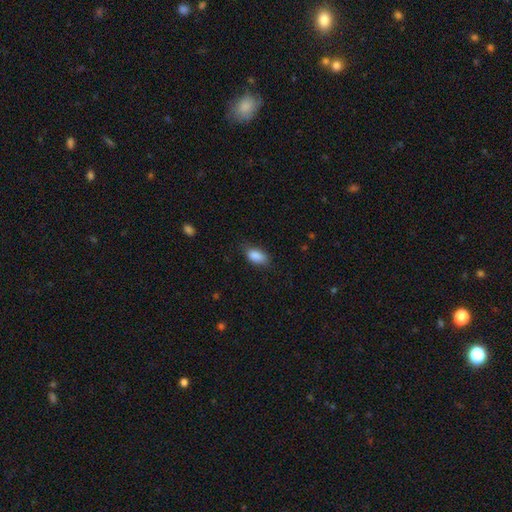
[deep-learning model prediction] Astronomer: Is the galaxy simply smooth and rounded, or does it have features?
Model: smooth — 88%.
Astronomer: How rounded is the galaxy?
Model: in between — 90%.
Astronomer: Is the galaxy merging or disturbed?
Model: none — 73%.